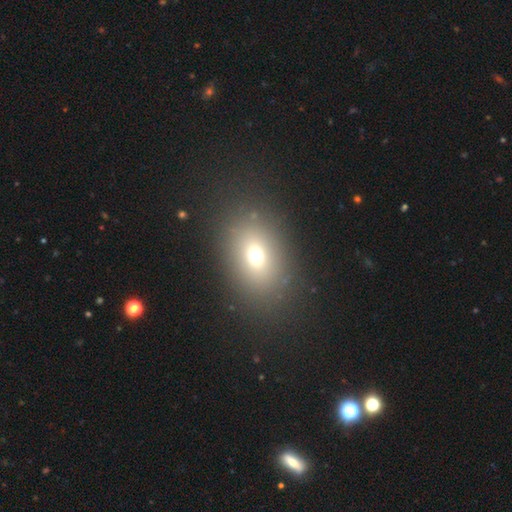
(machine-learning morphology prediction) smooth_or_featured: smooth (p=0.68) [alt: star or artifact p=0.18]
how_rounded: in between (p=0.68) [alt: round p=0.30]
merging: none (p=0.83) [alt: minor disturbance p=0.09]